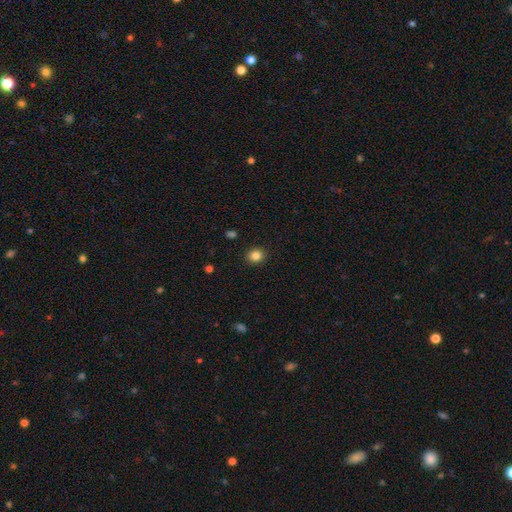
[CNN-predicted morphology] Smooth or featured? smooth (84%)
How rounded? round (80%)
Merging? none (91%)